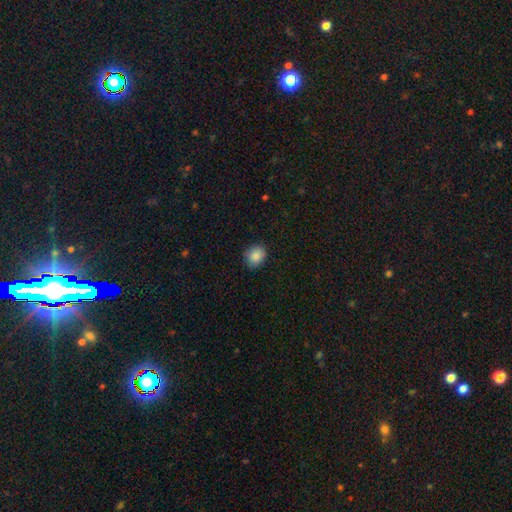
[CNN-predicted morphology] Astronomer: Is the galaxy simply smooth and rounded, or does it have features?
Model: smooth — 87%.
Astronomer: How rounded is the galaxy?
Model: round — 70%.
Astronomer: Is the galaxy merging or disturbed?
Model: none — 85%.